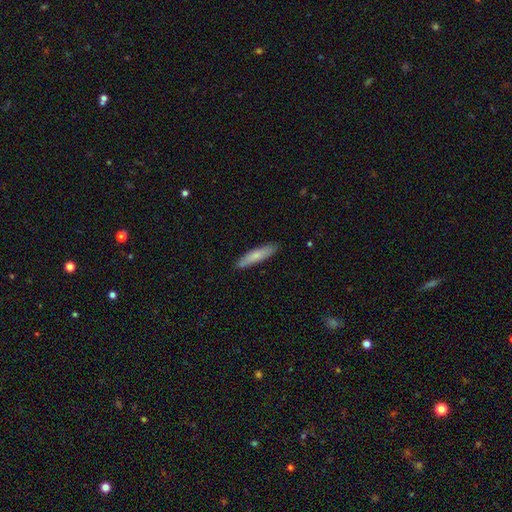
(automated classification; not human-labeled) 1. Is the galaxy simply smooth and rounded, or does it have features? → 72% smooth, 22% featured or disk, 6% star or artifact.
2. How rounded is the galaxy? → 82% cigar-shaped, 17% in between, 1% round.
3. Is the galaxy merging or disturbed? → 87% none, 10% minor disturbance, 2% major disturbance, 1% merger.